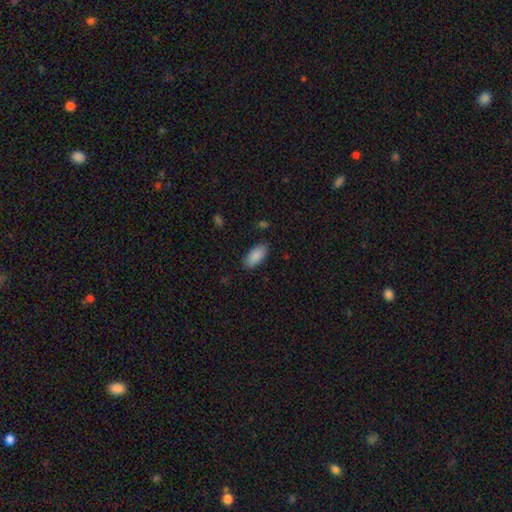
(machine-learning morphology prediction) Smooth or featured? smooth (89%)
How rounded? in between (91%)
Merging? none (85%)